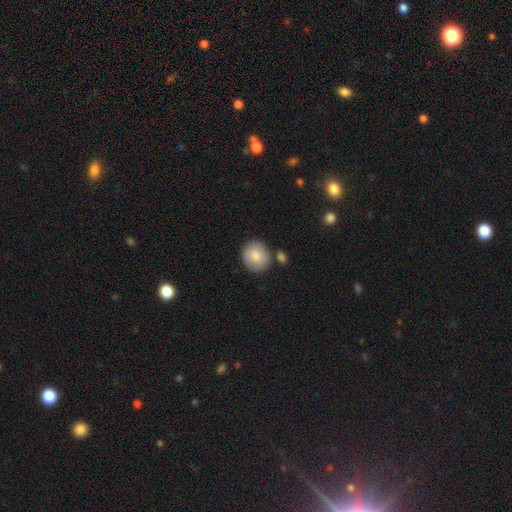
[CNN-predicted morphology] smooth 81%, featured or disk 12%, star or artifact 6%. Down the decision tree: how rounded — round (80%); merging — none (75%).